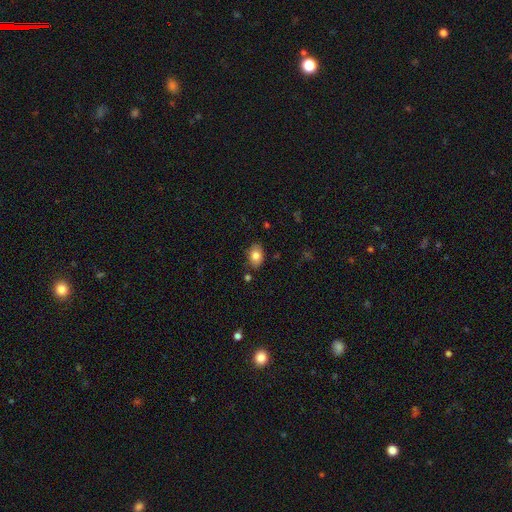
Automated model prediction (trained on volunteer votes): Q: Smooth or featured?
A: smooth (82%); runner-up: featured or disk (10%)
Q: How rounded?
A: in between (82%); runner-up: round (17%)
Q: Merging?
A: none (82%); runner-up: minor disturbance (13%)